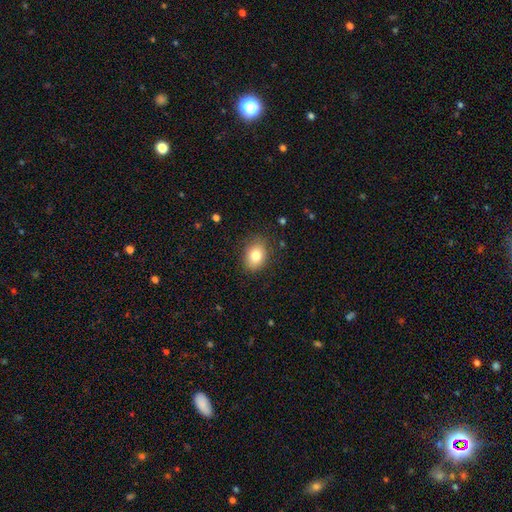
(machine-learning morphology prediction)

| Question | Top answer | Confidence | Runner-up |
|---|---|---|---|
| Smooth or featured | smooth | 83% | star or artifact (8%) |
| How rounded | in between | 69% | round (30%) |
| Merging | none | 83% | minor disturbance (13%) |